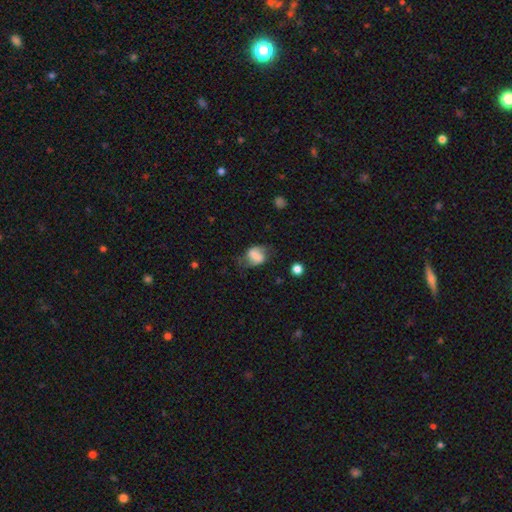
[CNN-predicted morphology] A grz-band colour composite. It shows a smooth galaxy with no disk features (58%) that is in between round and cigar-shaped (63%). Merging: none (51%).